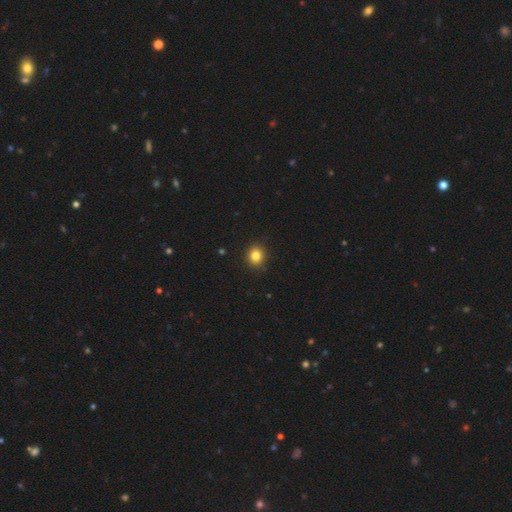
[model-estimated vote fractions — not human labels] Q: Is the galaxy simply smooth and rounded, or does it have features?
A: smooth — 83%.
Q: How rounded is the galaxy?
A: round — 80%.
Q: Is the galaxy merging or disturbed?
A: none — 91%.